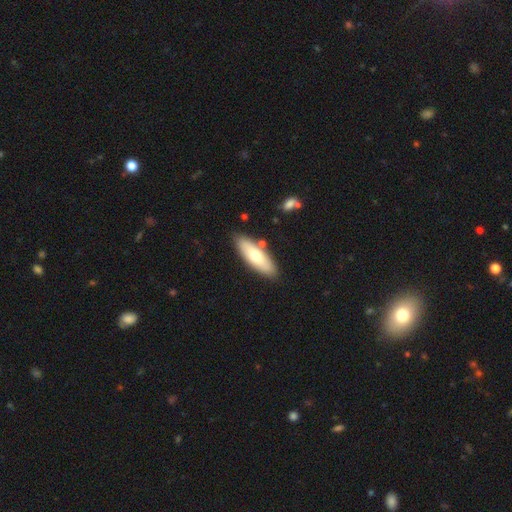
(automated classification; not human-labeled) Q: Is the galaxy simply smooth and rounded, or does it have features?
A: smooth — 65%.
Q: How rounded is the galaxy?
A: in between — 58%.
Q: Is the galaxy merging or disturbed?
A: none — 83%.